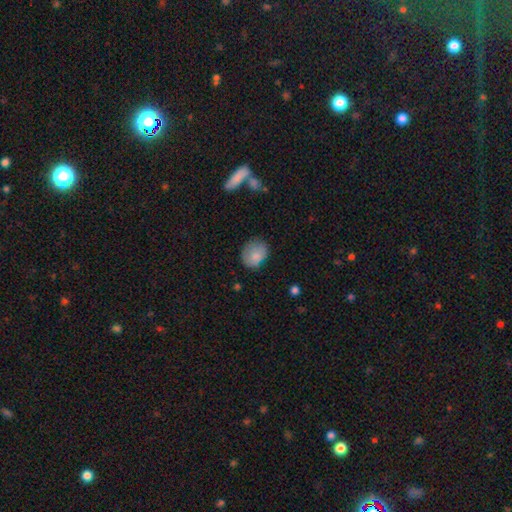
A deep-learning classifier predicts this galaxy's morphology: smooth_or_featured: smooth (p=0.81) [alt: featured or disk p=0.11]
how_rounded: round (p=0.50) [alt: in between p=0.49]
merging: none (p=0.65) [alt: minor disturbance p=0.26]